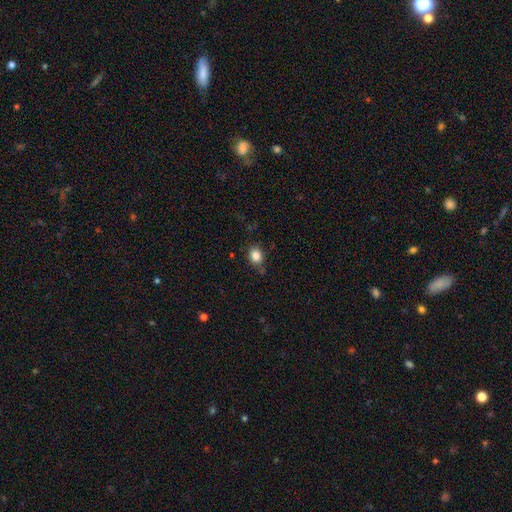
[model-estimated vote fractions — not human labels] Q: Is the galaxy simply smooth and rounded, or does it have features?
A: smooth — 84%.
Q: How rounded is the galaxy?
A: round — 50%.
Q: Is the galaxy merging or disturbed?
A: none — 78%.